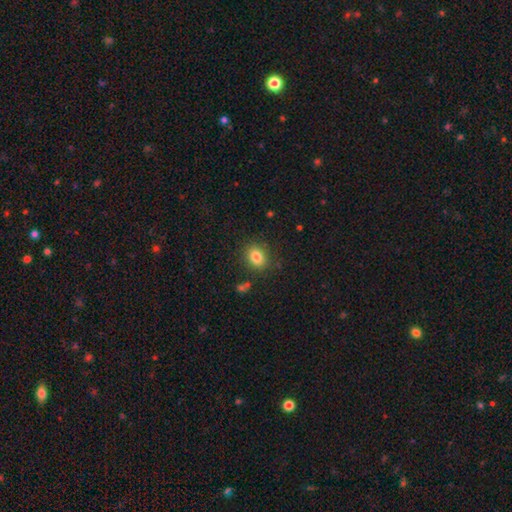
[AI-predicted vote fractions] smooth 83%, star or artifact 10%, featured or disk 7%. Down the decision tree: how rounded — in between (57%); merging — none (84%).